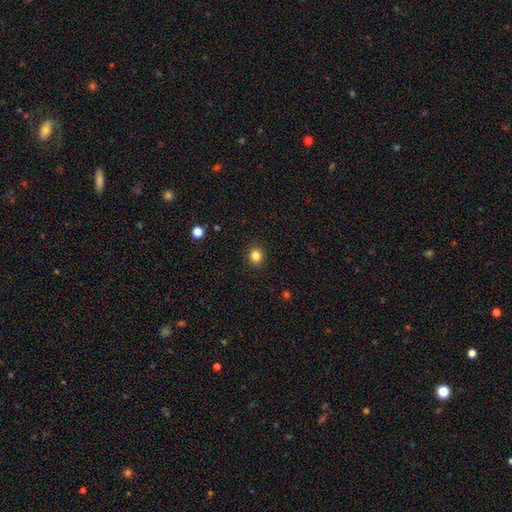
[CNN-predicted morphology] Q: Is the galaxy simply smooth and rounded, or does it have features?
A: smooth — 84%.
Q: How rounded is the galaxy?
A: round — 86%.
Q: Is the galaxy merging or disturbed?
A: none — 92%.